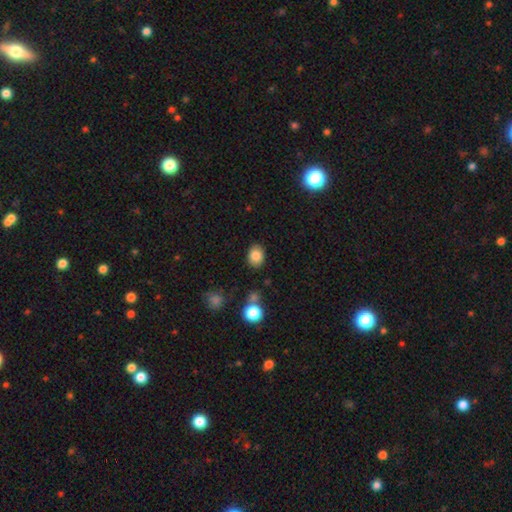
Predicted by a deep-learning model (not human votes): Smooth or featured? Predicted: smooth (p=0.85). How rounded? Predicted: in between (p=0.57). Merging? Predicted: none (p=0.85).